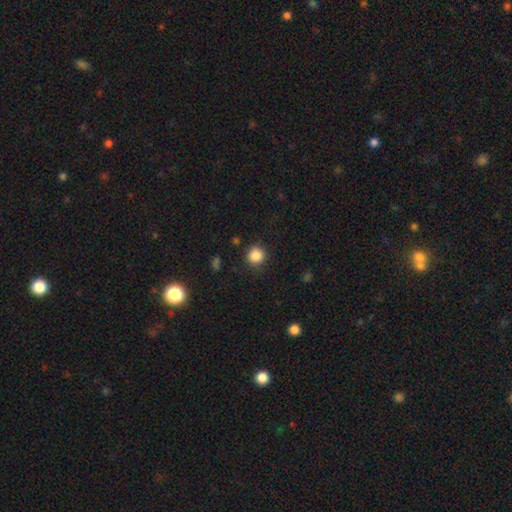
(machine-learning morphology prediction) This appears to be a smooth galaxy with no disk features (86%) that is round (92%). Merging: none (86%).